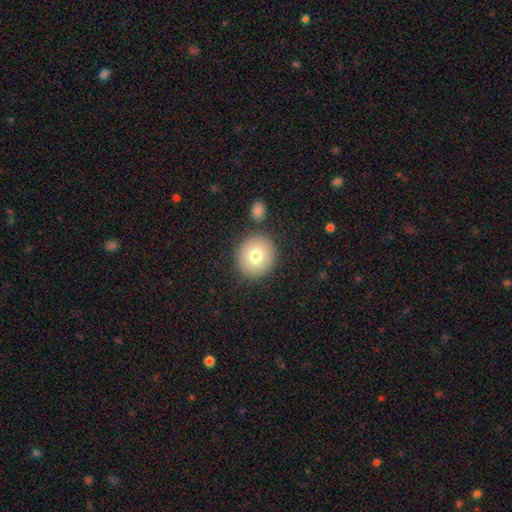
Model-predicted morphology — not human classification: A smooth galaxy with no disk features (77%) that is round (90%). Merging: none (82%).